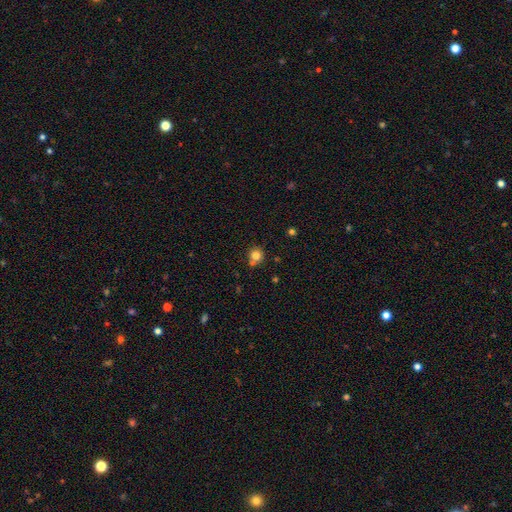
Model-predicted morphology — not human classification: A smooth galaxy with no disk features (81%) that is round (92%). Merging: none (70%).